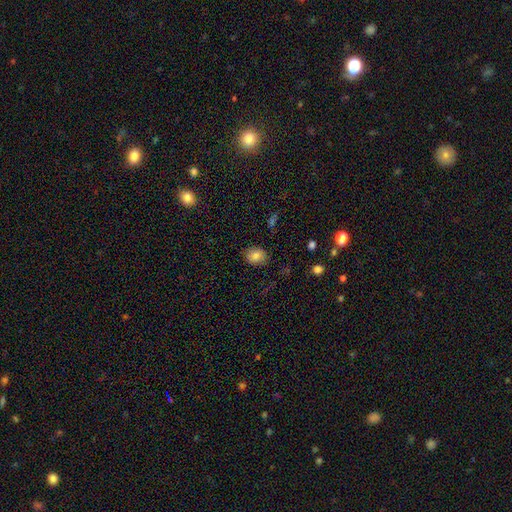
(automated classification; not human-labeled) This appears to be a smooth galaxy with no disk features (82%) that is round (58%). Merging: none (86%).